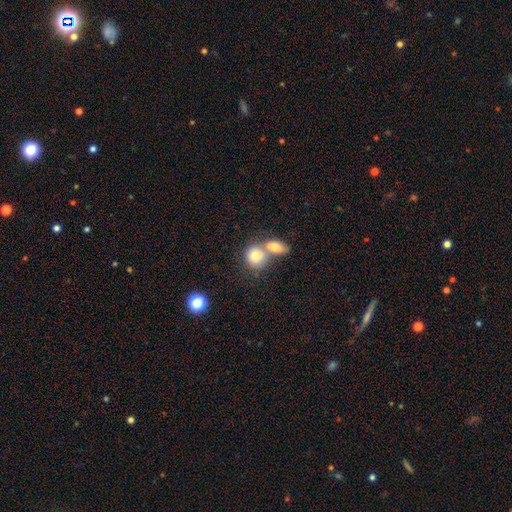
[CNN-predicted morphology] smooth 79%, featured or disk 13%, star or artifact 8%. Down the decision tree: how rounded — round (69%); merging — merger (59%).